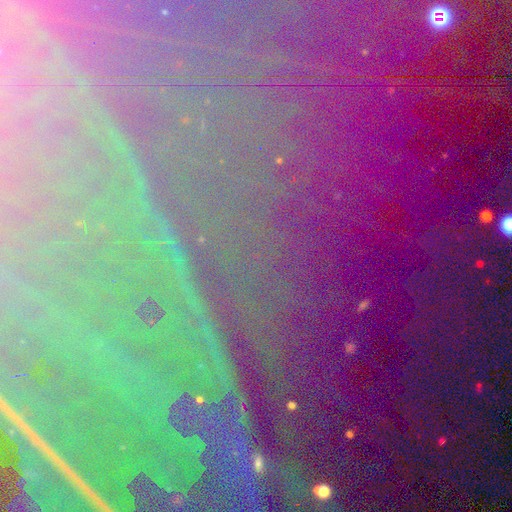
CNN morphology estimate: This is clearly a star or artifact rather than a galaxy (85%).